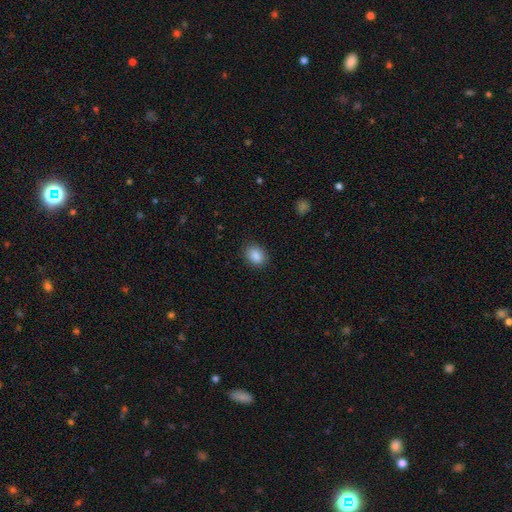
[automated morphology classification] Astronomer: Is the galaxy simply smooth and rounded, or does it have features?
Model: smooth — 88%.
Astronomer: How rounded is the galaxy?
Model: in between — 66%.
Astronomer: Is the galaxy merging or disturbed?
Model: none — 85%.